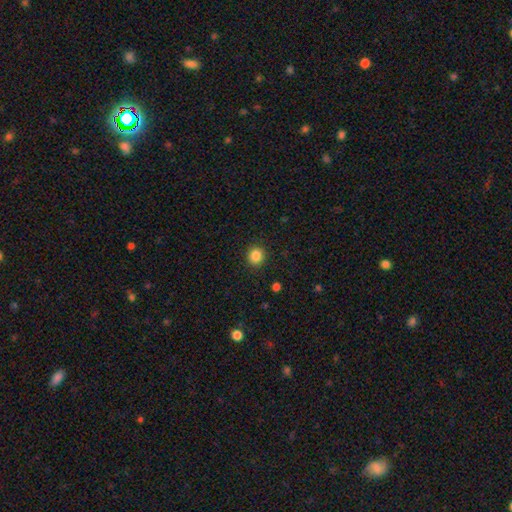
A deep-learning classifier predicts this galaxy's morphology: Smooth or featured?
  - smooth: 85% *
  - star or artifact: 11%
  - featured or disk: 4%
How rounded?
  - round: 87% *
  - in between: 12%
  - cigar-shaped: 1%
Merging?
  - none: 91% *
  - minor disturbance: 6%
  - major disturbance: 2%
  - merger: 1%